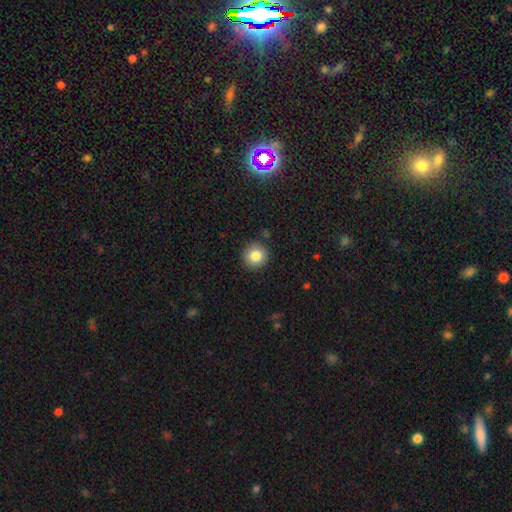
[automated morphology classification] A smooth galaxy with no disk features (84%) that is round (94%).

Vote fractions:
- Smooth or featured? smooth: 84% / star or artifact: 10% / featured or disk: 7%
- How rounded? round: 94% / in between: 5% / cigar-shaped: 1%
- Merging? none: 90% / minor disturbance: 7% / major disturbance: 2% / merger: 1%